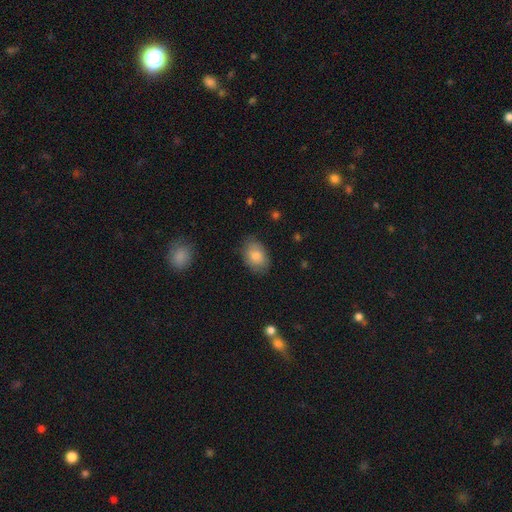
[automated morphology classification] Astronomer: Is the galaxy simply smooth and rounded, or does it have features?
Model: smooth — 82%.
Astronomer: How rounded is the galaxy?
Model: in between — 85%.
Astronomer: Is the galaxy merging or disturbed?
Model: none — 76%.